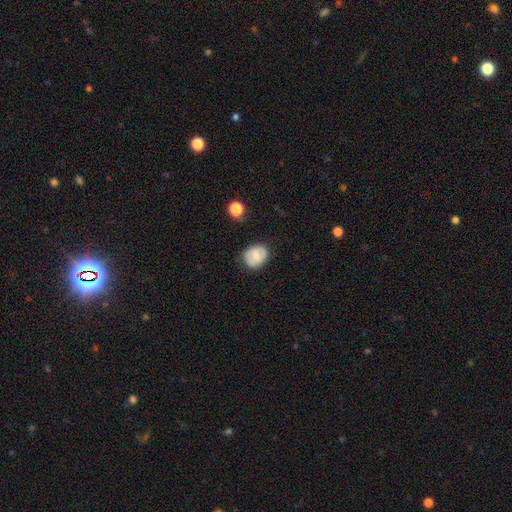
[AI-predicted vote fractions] A smooth galaxy with no disk features (64%) that is round (50%). Merging: none (78%).